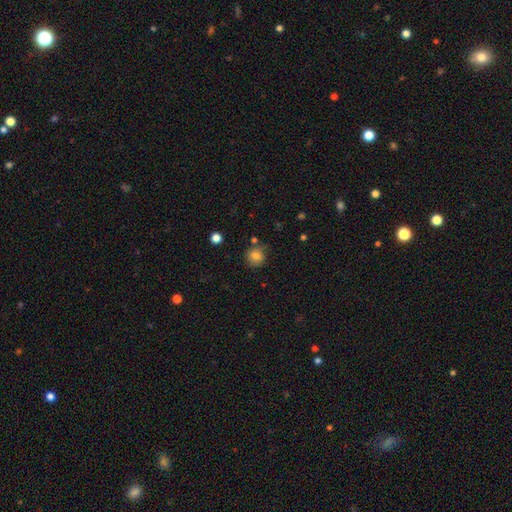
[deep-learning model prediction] This appears to be a smooth galaxy with no disk features (80%) that is round (88%). Merging: none (76%).